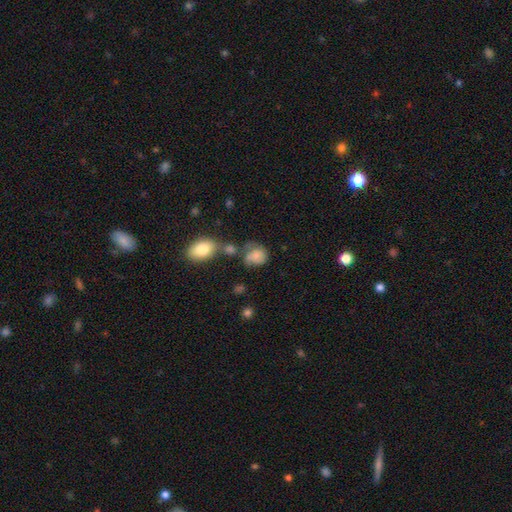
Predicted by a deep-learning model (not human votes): Smooth or featured? smooth (74%)
How rounded? round (55%)
Merging? none (39%)